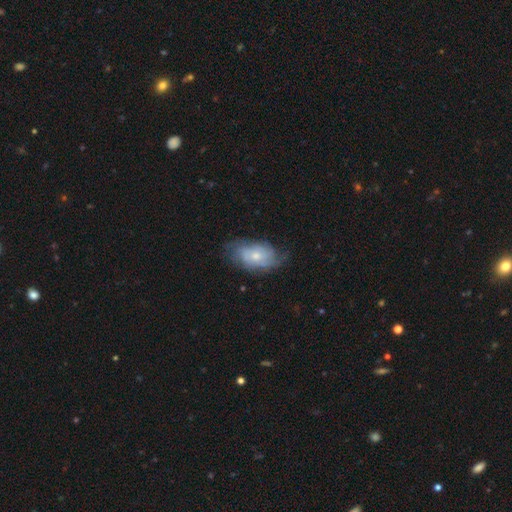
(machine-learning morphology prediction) This appears to be a featured or disk galaxy (63%) with no bar (77%), spiral arms (84%) and a moderate central bulge (47%, tied with small). Merging: none (64%).